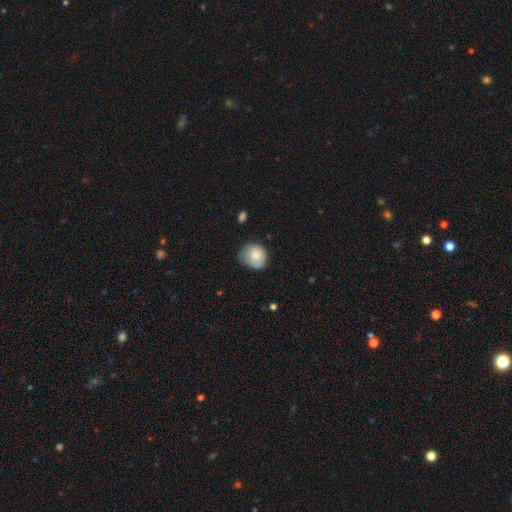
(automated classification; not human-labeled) Morphology: type=smooth (78%); roundness=round (70%); merging=none (50%).